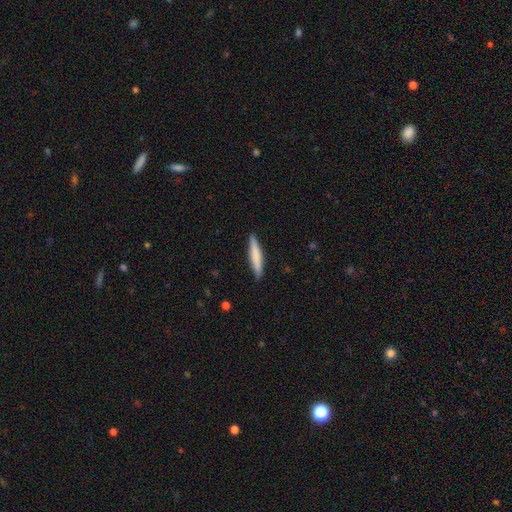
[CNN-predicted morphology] smooth 75%, featured or disk 20%, star or artifact 5%. Down the decision tree: how rounded — cigar-shaped (91%); merging — none (89%).